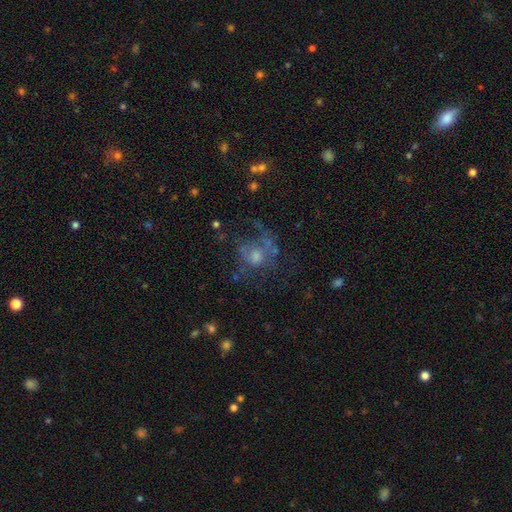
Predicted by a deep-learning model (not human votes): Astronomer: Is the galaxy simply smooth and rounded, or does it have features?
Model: featured or disk — 50% (runner-up: smooth, 31%).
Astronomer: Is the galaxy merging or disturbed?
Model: none — 43% (runner-up: major disturbance, 34%).